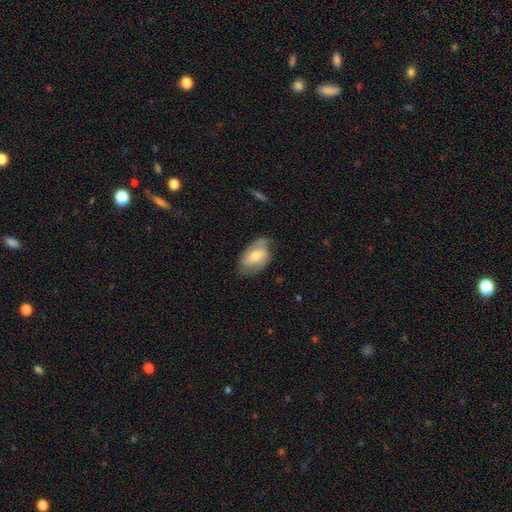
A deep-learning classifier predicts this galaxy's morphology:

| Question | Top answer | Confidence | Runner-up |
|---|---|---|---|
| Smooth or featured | smooth | 51% | featured or disk (42%) |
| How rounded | in between | 91% | round (7%) |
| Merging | none | 65% | minor disturbance (26%) |